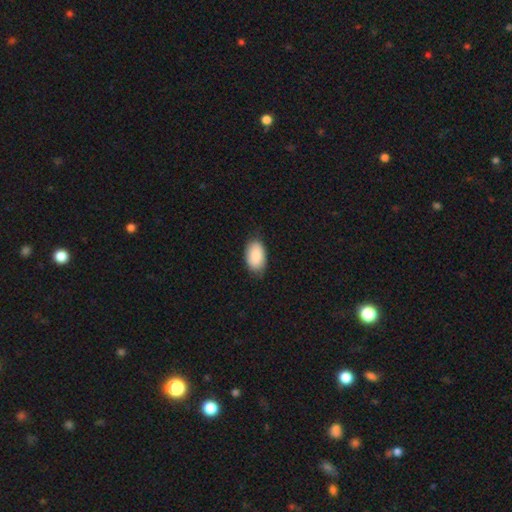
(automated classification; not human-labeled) Morphology: type=smooth (87%); roundness=in between (94%); merging=none (79%).